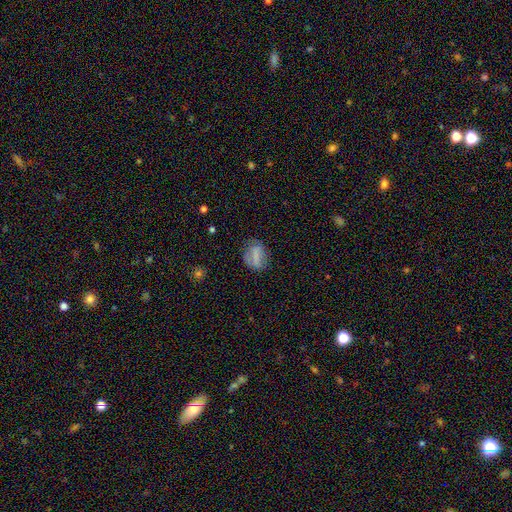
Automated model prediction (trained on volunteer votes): Q: Smooth or featured?
A: smooth (58%); runner-up: featured or disk (32%)
Q: How rounded?
A: in between (64%); runner-up: round (31%)
Q: Merging?
A: none (70%); runner-up: minor disturbance (20%)